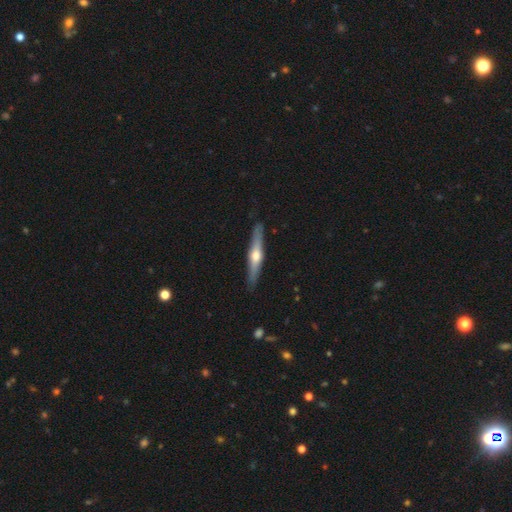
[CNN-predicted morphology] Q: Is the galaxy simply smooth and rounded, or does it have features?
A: featured or disk — 63%.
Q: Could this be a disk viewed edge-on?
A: yes — 96%.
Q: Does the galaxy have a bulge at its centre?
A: rounded — 92%.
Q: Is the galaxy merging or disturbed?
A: none — 89%.